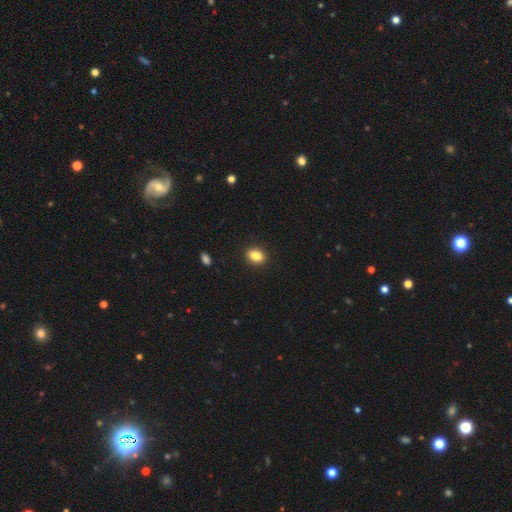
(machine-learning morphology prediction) Smooth or featured: smooth — 86% (star or artifact — 9%)
How rounded: in between — 71% (round — 27%)
Merging: none — 91% (minor disturbance — 7%)